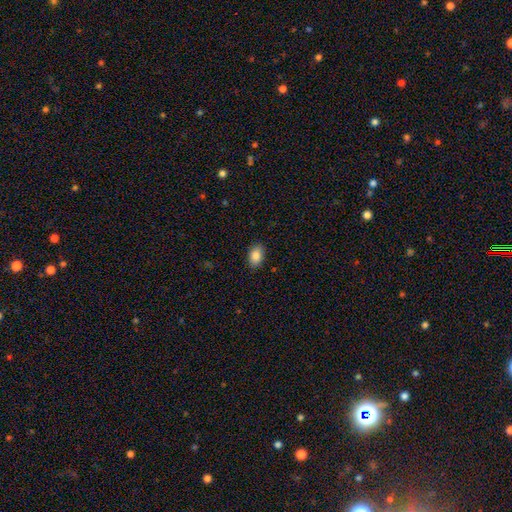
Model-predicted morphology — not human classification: Smooth or featured?
  - smooth: 87% *
  - star or artifact: 7%
  - featured or disk: 5%
How rounded?
  - in between: 89% *
  - round: 10%
  - cigar-shaped: 1%
Merging?
  - none: 88% *
  - minor disturbance: 9%
  - major disturbance: 2%
  - merger: 1%